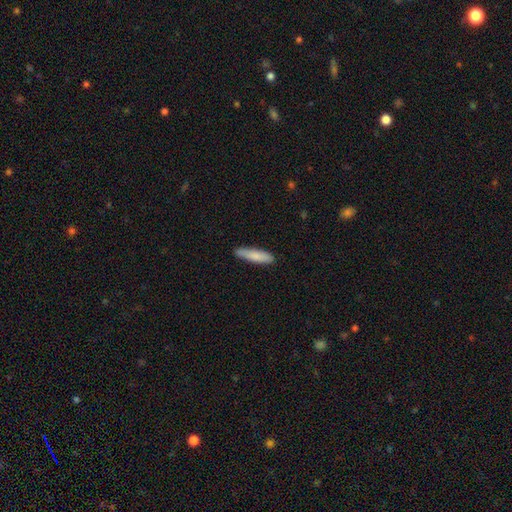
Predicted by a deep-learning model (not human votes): Smooth or featured: smooth — 82% (featured or disk — 13%)
How rounded: cigar-shaped — 77% (in between — 21%)
Merging: none — 85% (minor disturbance — 12%)